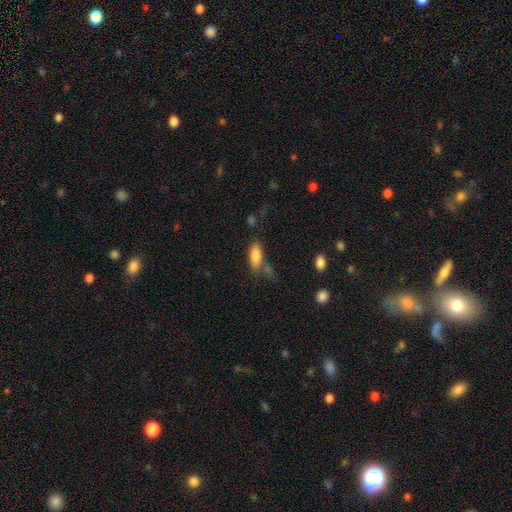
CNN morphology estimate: Overall: smooth (83%). How rounded: in between (76%). Merging: none (60%).